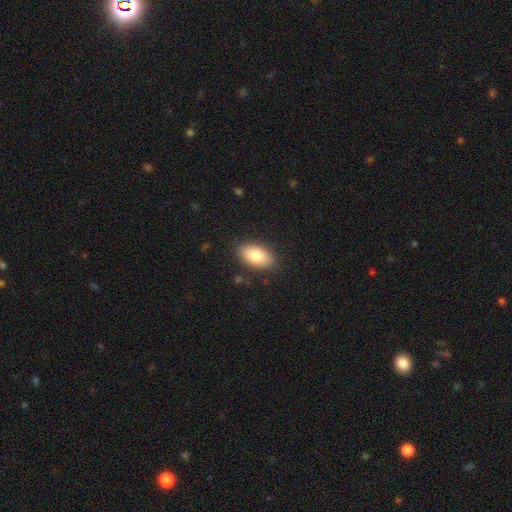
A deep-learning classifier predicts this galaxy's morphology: Q: Smooth or featured?
A: smooth (81%); runner-up: featured or disk (13%)
Q: How rounded?
A: in between (93%); runner-up: round (5%)
Q: Merging?
A: none (86%); runner-up: minor disturbance (10%)